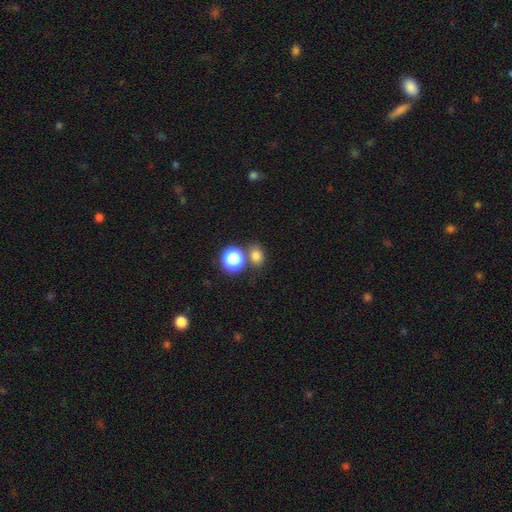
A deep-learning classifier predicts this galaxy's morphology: type=smooth (76%); roundness=round (53%); merging=none (70%).